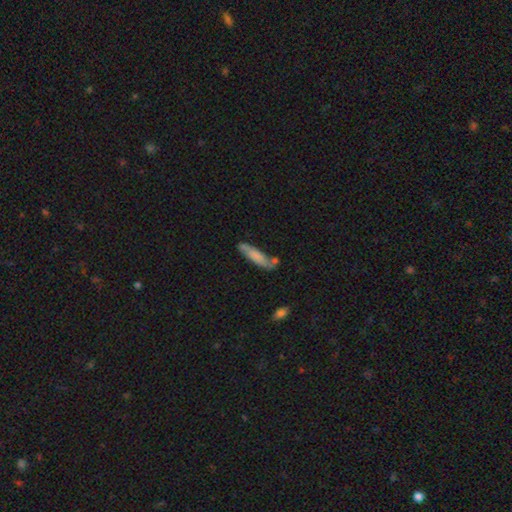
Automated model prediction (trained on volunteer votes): smooth-or-featured: smooth: 64% | featured or disk: 30% | star or artifact: 6%
  how-rounded: cigar-shaped: 75% | in between: 23% | round: 2%
  merging: none: 63% | minor disturbance: 20% | merger: 11% | major disturbance: 5%